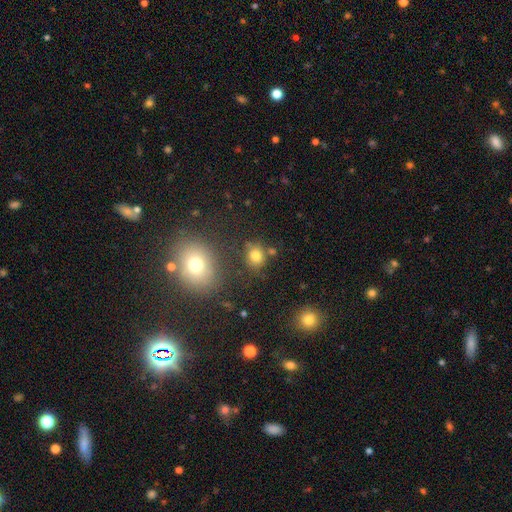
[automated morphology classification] type=smooth (76%); roundness=round (69%); merging=none (73%).